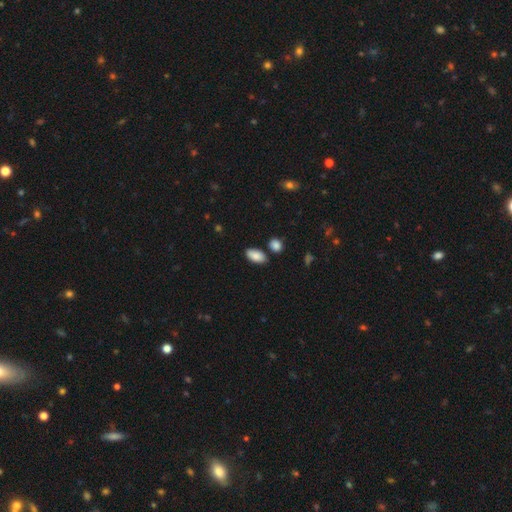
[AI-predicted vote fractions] Smooth or featured?
  - smooth: 88% *
  - star or artifact: 7%
  - featured or disk: 5%
How rounded?
  - in between: 94% *
  - round: 3%
  - cigar-shaped: 3%
Merging?
  - none: 79% *
  - minor disturbance: 12%
  - merger: 6%
  - major disturbance: 3%